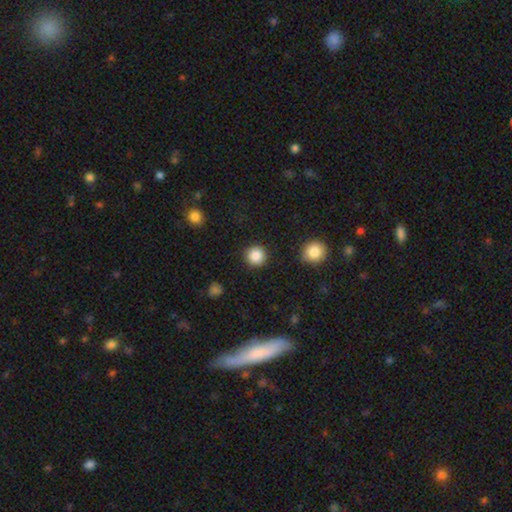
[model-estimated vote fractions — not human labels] Smooth or featured: smooth — 87% (star or artifact — 9%)
How rounded: round — 95% (in between — 4%)
Merging: none — 90% (minor disturbance — 6%)